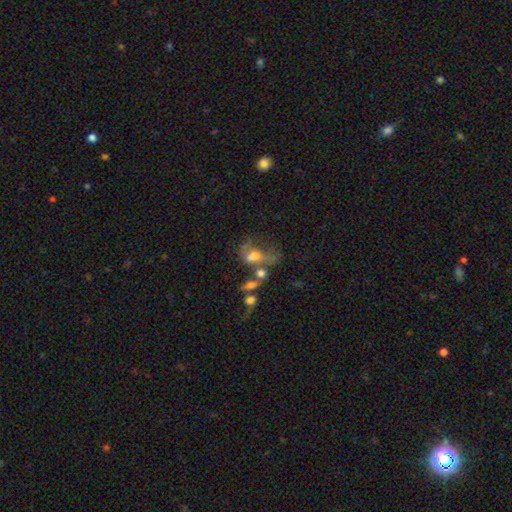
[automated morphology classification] smooth-or-featured: smooth: 43% | featured or disk: 40% | star or artifact: 16%
  merging: merger: 37% | major disturbance: 32% | none: 19% | minor disturbance: 12%